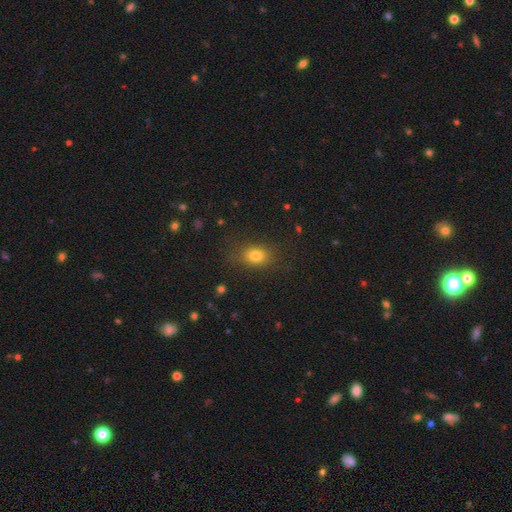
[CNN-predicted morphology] A smooth galaxy with no disk features (79%) that is in between round and cigar-shaped (68%).

Vote fractions:
- Smooth or featured? smooth: 79% / star or artifact: 13% / featured or disk: 8%
- How rounded? in between: 68% / round: 30% / cigar-shaped: 2%
- Merging? none: 81% / minor disturbance: 13% / major disturbance: 5% / merger: 1%